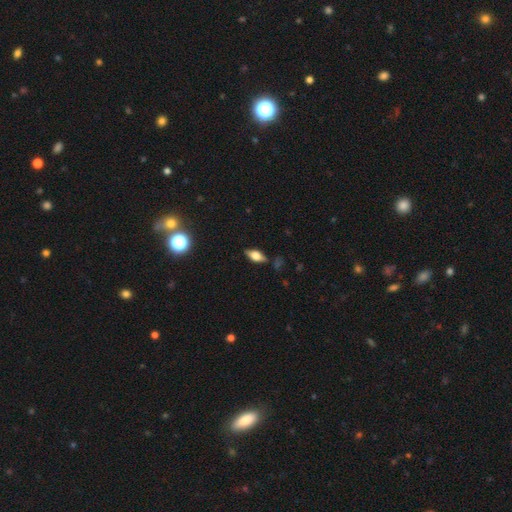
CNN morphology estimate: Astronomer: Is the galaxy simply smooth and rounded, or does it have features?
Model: smooth — 49% (runner-up: featured or disk, 41%).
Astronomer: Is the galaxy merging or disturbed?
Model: none — 79%.